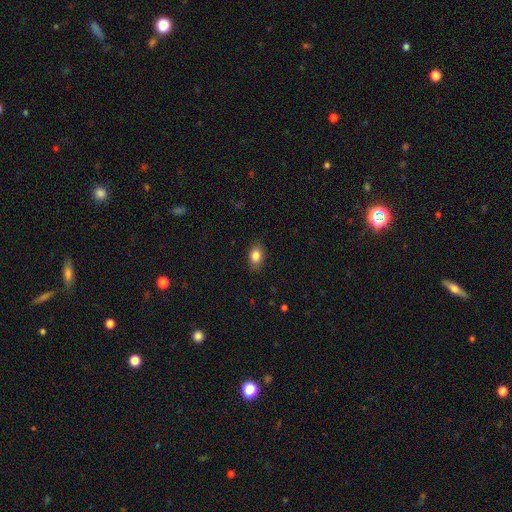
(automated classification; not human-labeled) Smooth or featured? Predicted: smooth (p=0.84). How rounded? Predicted: in between (p=0.78). Merging? Predicted: none (p=0.85).